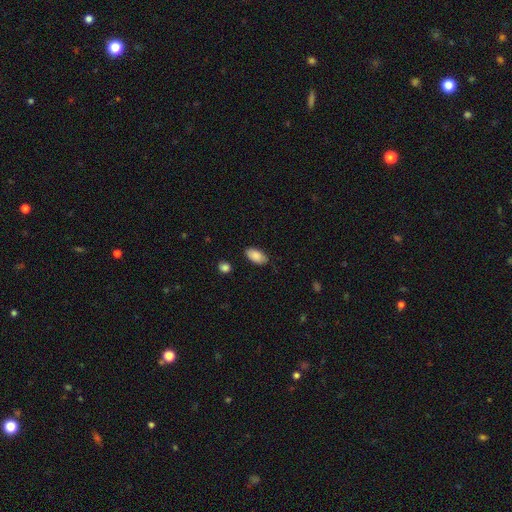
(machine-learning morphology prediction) This appears to be a smooth galaxy with no disk features (87%) that is in between round and cigar-shaped (94%). Merging: none (83%).